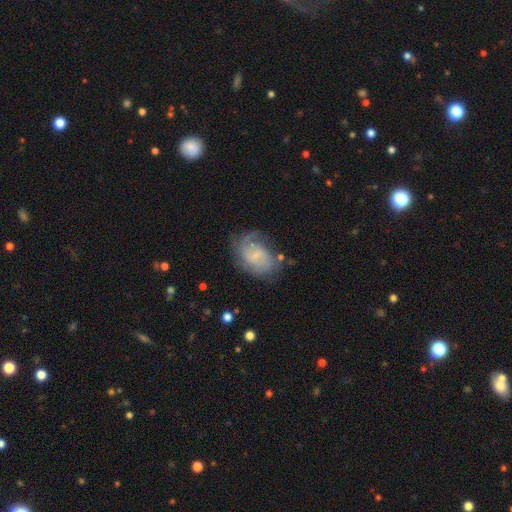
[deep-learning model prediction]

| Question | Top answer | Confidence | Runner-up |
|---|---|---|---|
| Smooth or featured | featured or disk | 63% | smooth (29%) |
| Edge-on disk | no | 97% | yes (3%) |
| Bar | no | 48% | weak (45%) |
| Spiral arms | yes | 86% | no (14%) |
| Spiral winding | medium | 41% | tight (35%) |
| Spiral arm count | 2 | 38% | can't tell (32%) |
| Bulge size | small | 62% | none (22%) |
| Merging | none | 55% | minor disturbance (25%) |